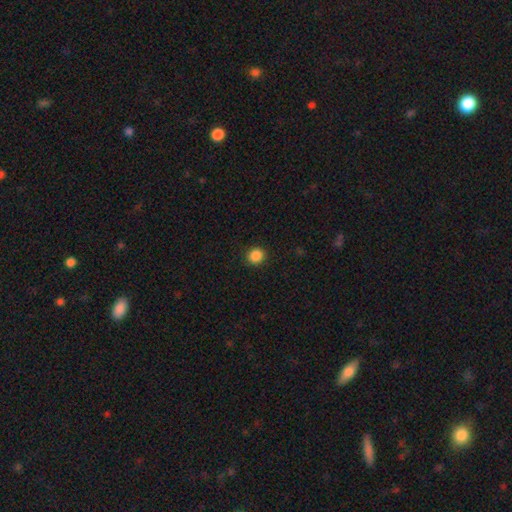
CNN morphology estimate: type=smooth (87%); roundness=round (87%); merging=none (91%).